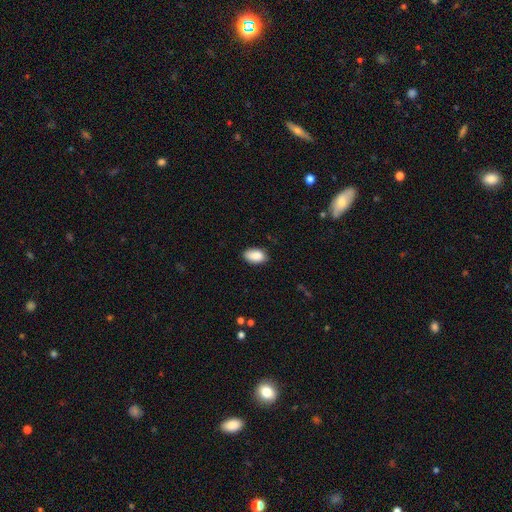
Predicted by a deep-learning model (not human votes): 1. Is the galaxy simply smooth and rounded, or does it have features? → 89% smooth, 7% star or artifact, 4% featured or disk.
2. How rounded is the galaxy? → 94% in between, 5% round, 2% cigar-shaped.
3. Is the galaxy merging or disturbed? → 82% none, 15% minor disturbance, 2% major disturbance, 1% merger.